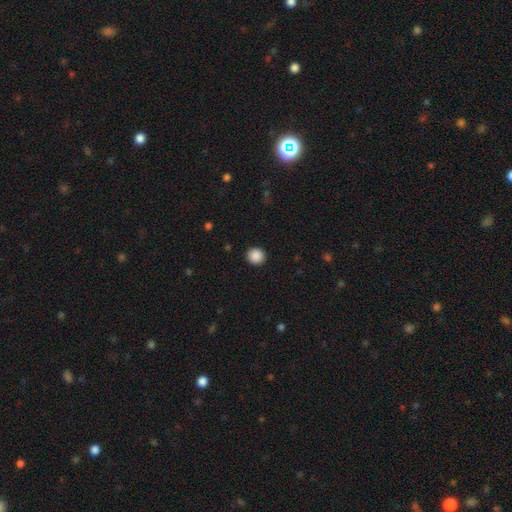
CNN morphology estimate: Smooth or featured: smooth — 89% (star or artifact — 9%)
How rounded: round — 92% (in between — 7%)
Merging: none — 92% (minor disturbance — 5%)